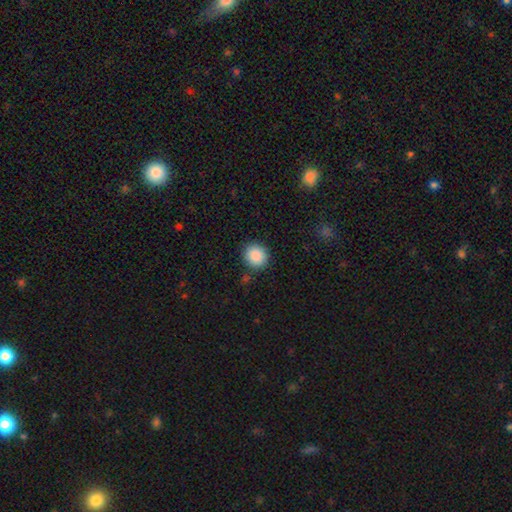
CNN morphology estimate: This appears to be a smooth galaxy with no disk features (88%) that is round (86%). Merging: none (87%).